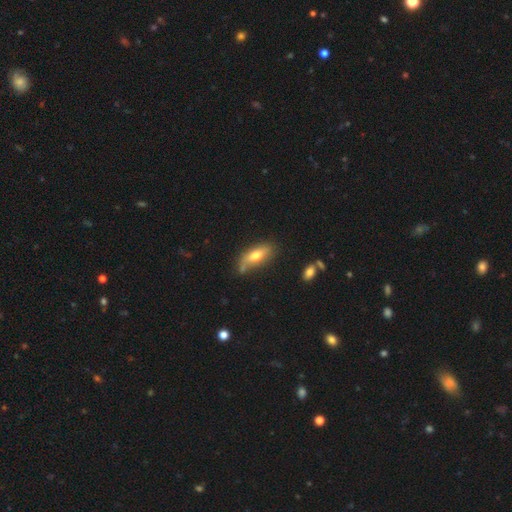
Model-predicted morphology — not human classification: The model was most divided on "merging": none: 63%, minor disturbance: 24%, merger: 8%, major disturbance: 6%. More confident: how rounded — in between (73%); smooth or featured — smooth (66%).